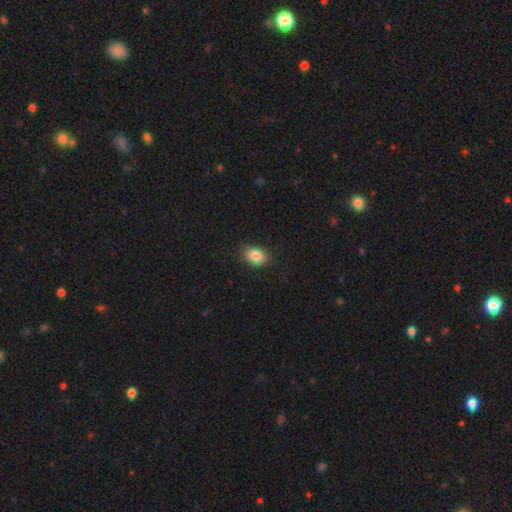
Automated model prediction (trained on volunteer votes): A smooth galaxy with no disk features (86%) that is in between round and cigar-shaped (80%). Merging: none (85%).